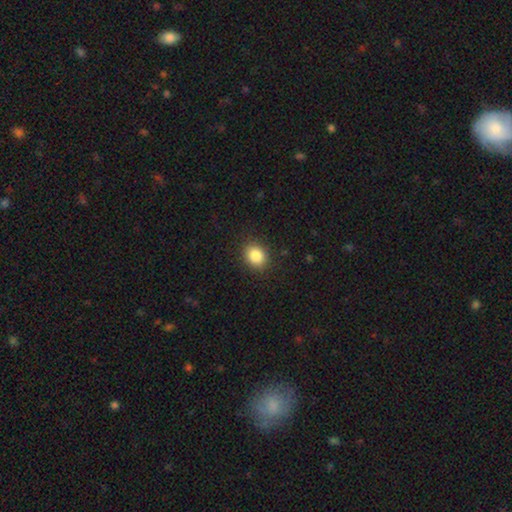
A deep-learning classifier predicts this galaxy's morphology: smooth-or-featured: smooth: 86% | star or artifact: 9% | featured or disk: 5%
  how-rounded: round: 56% | in between: 43% | cigar-shaped: 1%
  merging: none: 88% | minor disturbance: 9% | major disturbance: 3% | merger: 1%